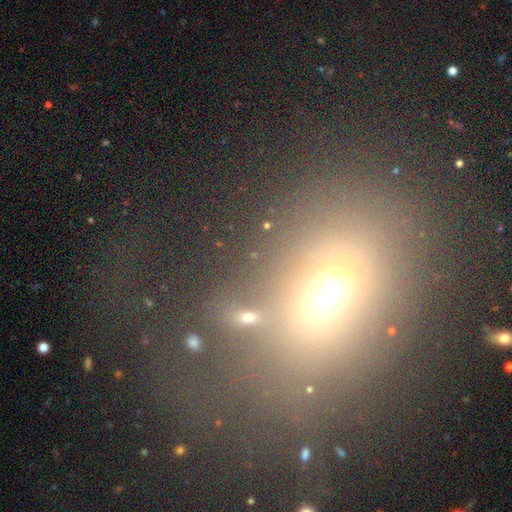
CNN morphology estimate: Smooth or featured?
  - smooth: 59% *
  - star or artifact: 24%
  - featured or disk: 18%
How rounded?
  - in between: 56% *
  - round: 42%
  - cigar-shaped: 2%
Merging?
  - none: 48% *
  - major disturbance: 26%
  - minor disturbance: 17%
  - merger: 9%